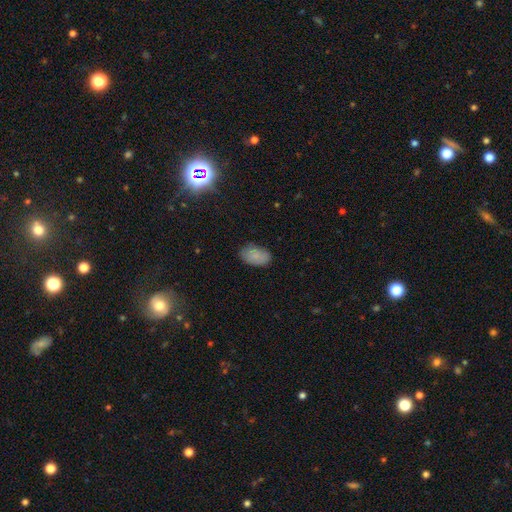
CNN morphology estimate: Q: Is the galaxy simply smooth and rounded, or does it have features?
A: smooth — 85%.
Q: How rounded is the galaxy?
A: in between — 92%.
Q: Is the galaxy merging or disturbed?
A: none — 81%.